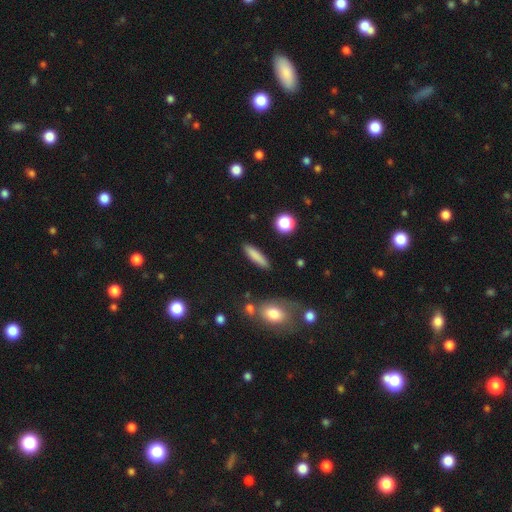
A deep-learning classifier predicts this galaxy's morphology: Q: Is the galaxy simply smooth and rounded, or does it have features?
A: smooth — 82%.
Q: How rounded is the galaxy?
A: cigar-shaped — 77%.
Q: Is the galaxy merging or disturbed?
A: none — 87%.